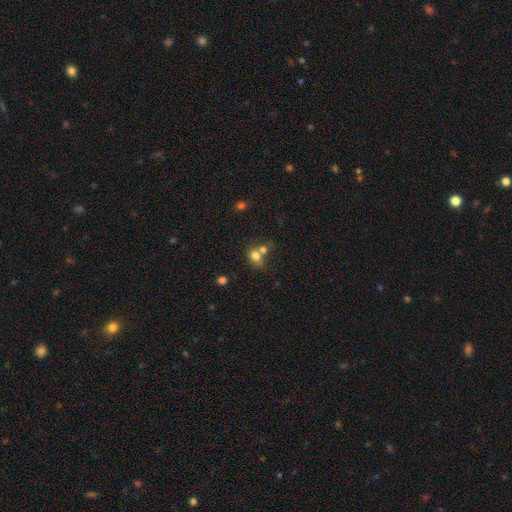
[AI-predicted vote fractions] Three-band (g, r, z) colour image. It shows a smooth galaxy with no disk features (75%) that is round (53%). Merging: merger (51%).